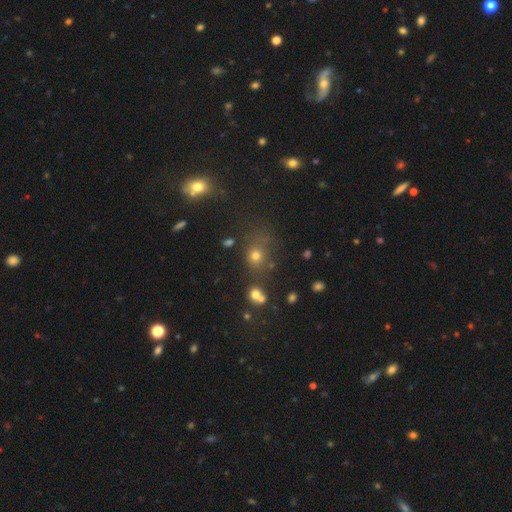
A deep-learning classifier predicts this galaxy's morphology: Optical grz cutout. It shows a smooth galaxy with no disk features (69%) that is round (71%). Merging: none (63%).